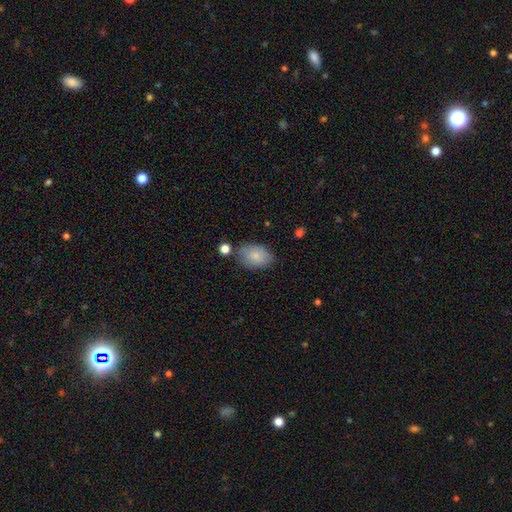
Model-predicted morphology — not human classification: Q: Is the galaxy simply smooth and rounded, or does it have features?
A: smooth — 82%.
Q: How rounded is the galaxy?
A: in between — 85%.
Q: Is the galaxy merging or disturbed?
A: none — 72%.